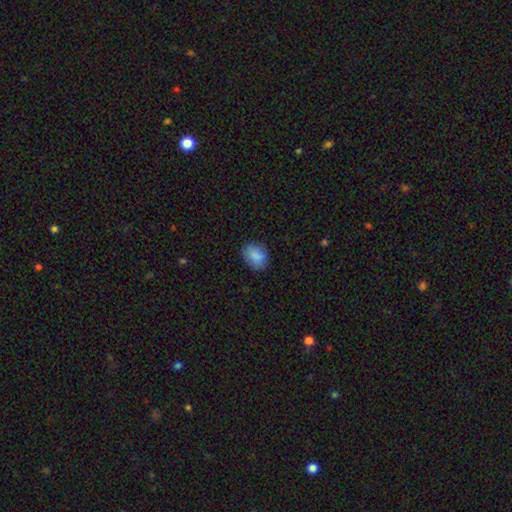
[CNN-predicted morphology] This appears to be a smooth galaxy with no disk features (86%) that is in between round and cigar-shaped (65%). Merging: none (78%).